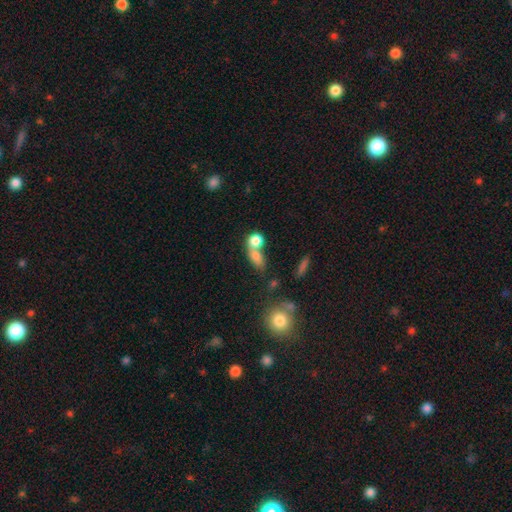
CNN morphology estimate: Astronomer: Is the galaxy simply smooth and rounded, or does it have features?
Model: smooth — 76%.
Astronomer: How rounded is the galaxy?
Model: in between — 55% (runner-up: round, 37%).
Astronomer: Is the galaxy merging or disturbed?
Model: merger — 59%.